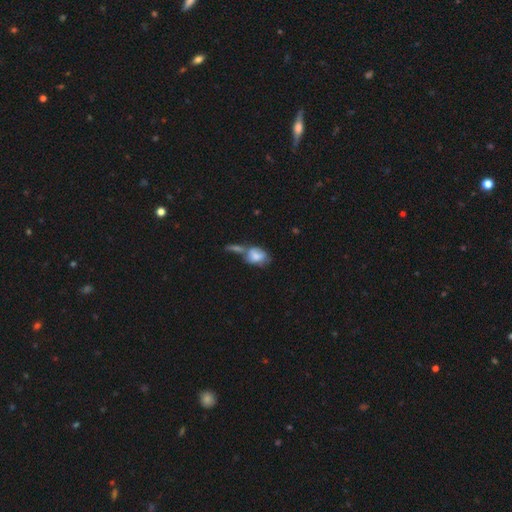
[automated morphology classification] smooth_or_featured: smooth (p=0.60) [alt: featured or disk p=0.31]
how_rounded: in between (p=0.78) [alt: round p=0.20]
merging: merger (p=0.48) [alt: none p=0.23]